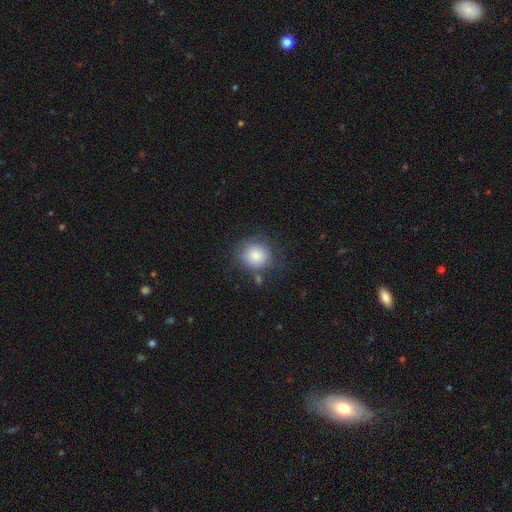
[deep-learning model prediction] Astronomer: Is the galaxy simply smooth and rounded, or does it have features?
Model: smooth — 82%.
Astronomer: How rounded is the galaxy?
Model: round — 80%.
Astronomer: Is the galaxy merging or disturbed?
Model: none — 64%.